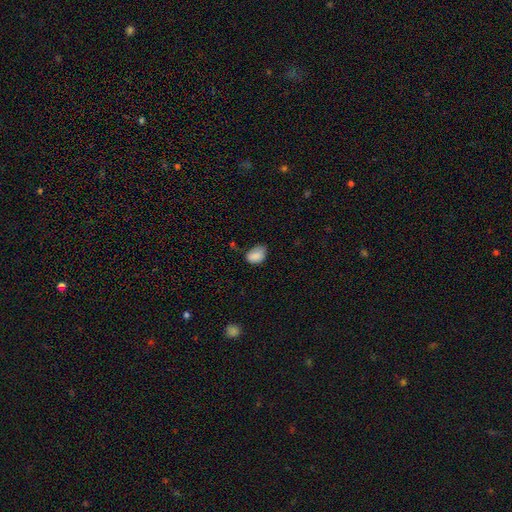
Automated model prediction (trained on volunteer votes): Morphology: type=smooth (85%); roundness=in between (80%); merging=none (52%).